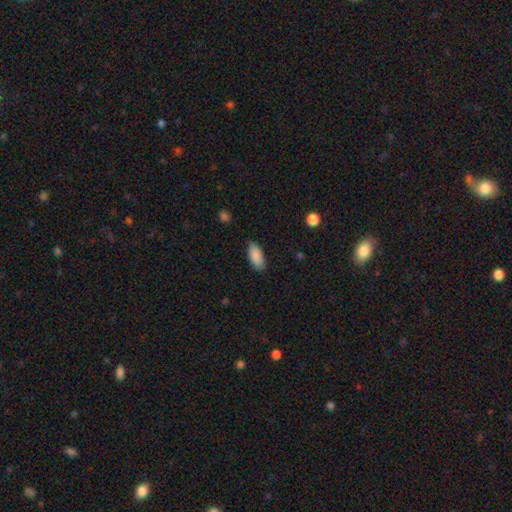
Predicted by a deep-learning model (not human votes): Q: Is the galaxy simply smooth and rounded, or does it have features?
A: smooth — 88%.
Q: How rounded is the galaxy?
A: in between — 89%.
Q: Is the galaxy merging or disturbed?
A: none — 81%.